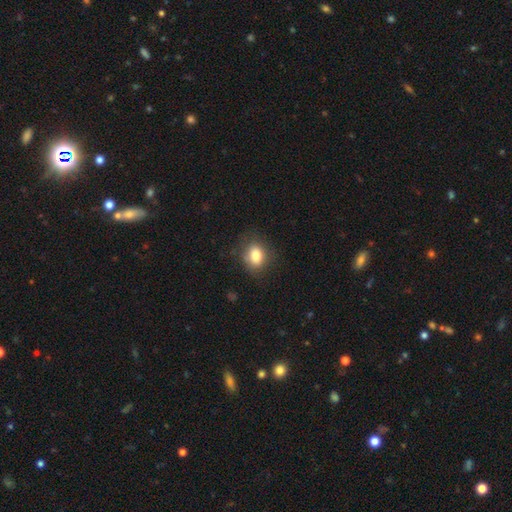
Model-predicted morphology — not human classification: Q: Smooth or featured?
A: smooth (81%); runner-up: star or artifact (10%)
Q: How rounded?
A: in between (62%); runner-up: round (37%)
Q: Merging?
A: none (78%); runner-up: minor disturbance (16%)